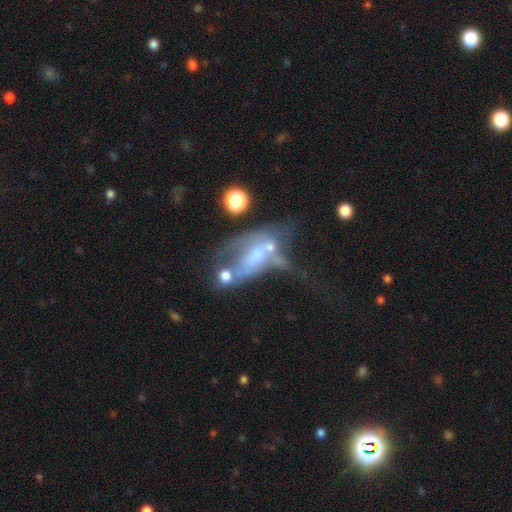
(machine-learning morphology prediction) type=featured or disk (54%); edge-on=no (89%); merging=merger (36%).